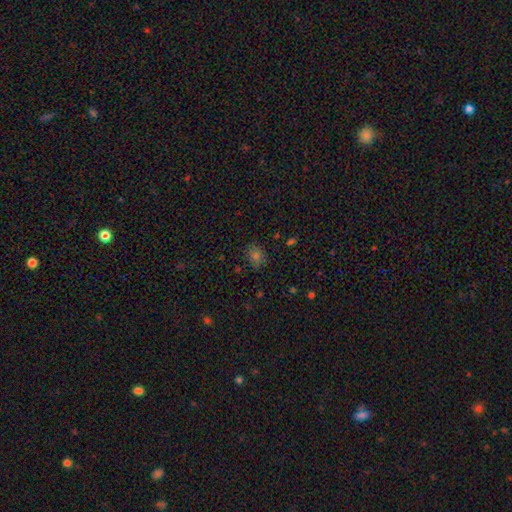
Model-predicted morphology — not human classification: This is likely a smooth galaxy (70%). How rounded: possibly round (59%). Merging: clearly none (83%).